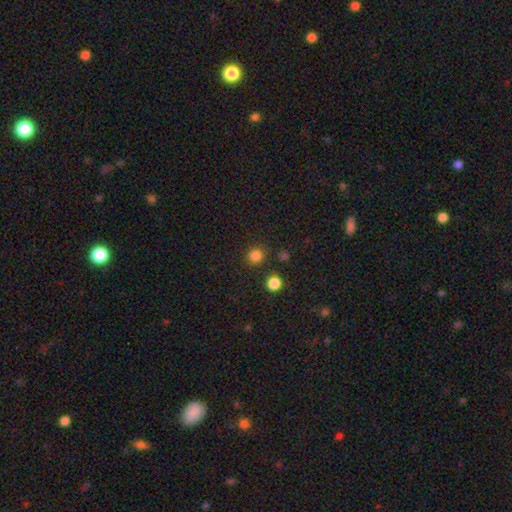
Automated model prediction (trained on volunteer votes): A smooth galaxy with no disk features (82%) that is round (90%). Merging: none (86%).